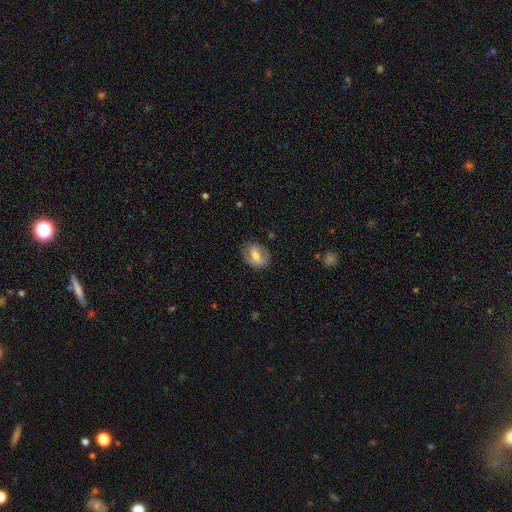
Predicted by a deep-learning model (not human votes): A smooth galaxy with no disk features (53%) that is in between round and cigar-shaped (65%).

Vote fractions:
- Smooth or featured? smooth: 53% / featured or disk: 39% / star or artifact: 8%
- How rounded? in between: 65% / round: 33% / cigar-shaped: 2%
- Merging? none: 75% / minor disturbance: 18% / major disturbance: 6% / merger: 1%